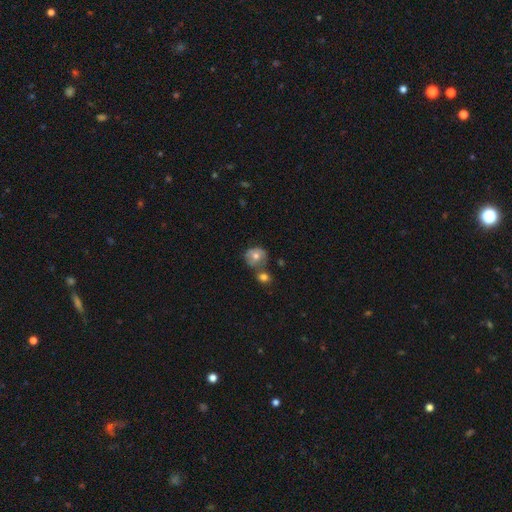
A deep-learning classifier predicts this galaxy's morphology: Smooth or featured: smooth — 63% (featured or disk — 27%)
How rounded: round — 77% (in between — 22%)
Merging: none — 49% (merger — 27%)